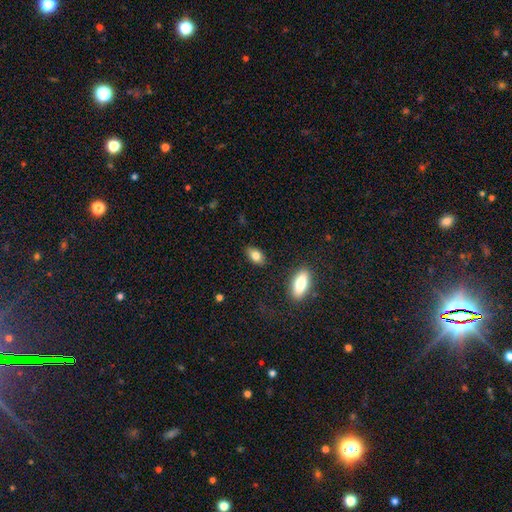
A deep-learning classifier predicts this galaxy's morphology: Smooth or featured: smooth — 82% (featured or disk — 11%)
How rounded: in between — 88% (round — 7%)
Merging: none — 85% (minor disturbance — 11%)